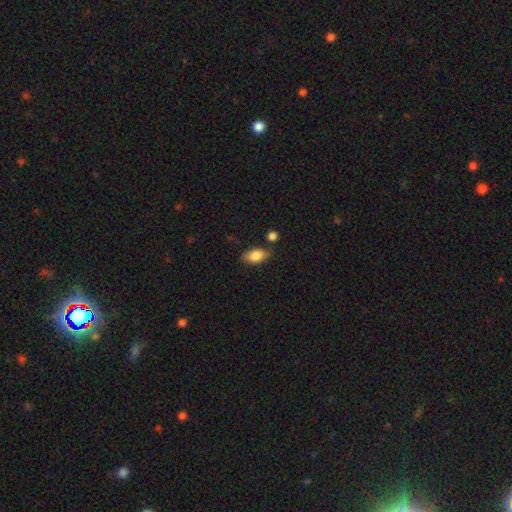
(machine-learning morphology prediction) Smooth or featured? smooth (81%)
How rounded? in between (87%)
Merging? none (75%)